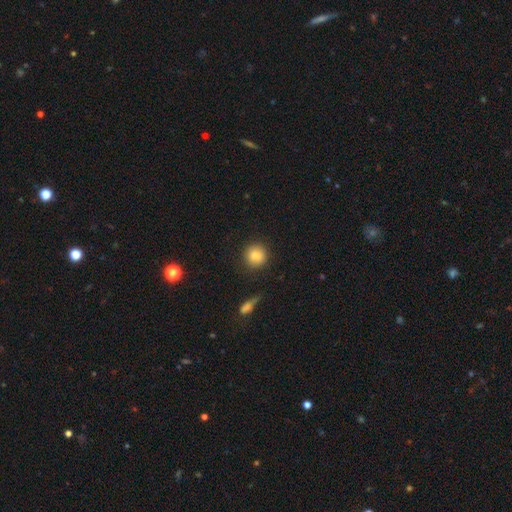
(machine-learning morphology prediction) Overall: smooth (85%). How rounded: round (92%). Merging: none (87%).